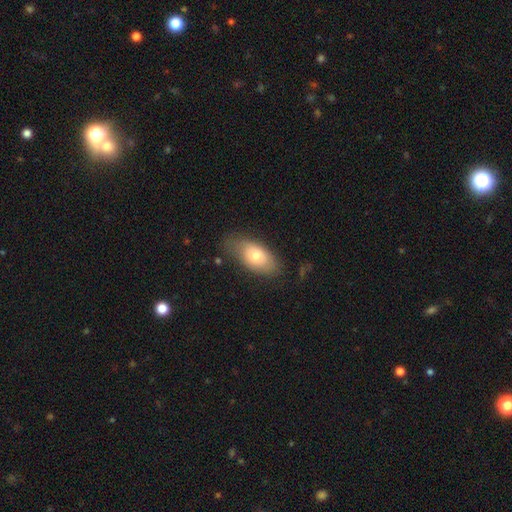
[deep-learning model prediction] Q: Smooth or featured?
A: smooth (72%); runner-up: featured or disk (21%)
Q: How rounded?
A: in between (90%); runner-up: round (5%)
Q: Merging?
A: none (70%); runner-up: minor disturbance (23%)